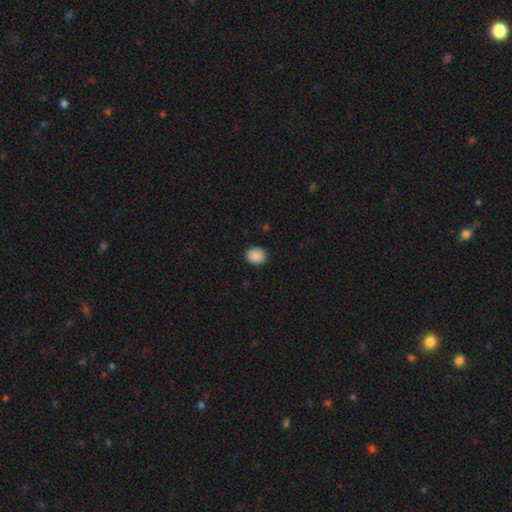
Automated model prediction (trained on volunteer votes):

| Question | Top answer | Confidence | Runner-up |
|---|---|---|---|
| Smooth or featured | smooth | 89% | star or artifact (8%) |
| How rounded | round | 59% | in between (40%) |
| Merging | none | 90% | minor disturbance (7%) |